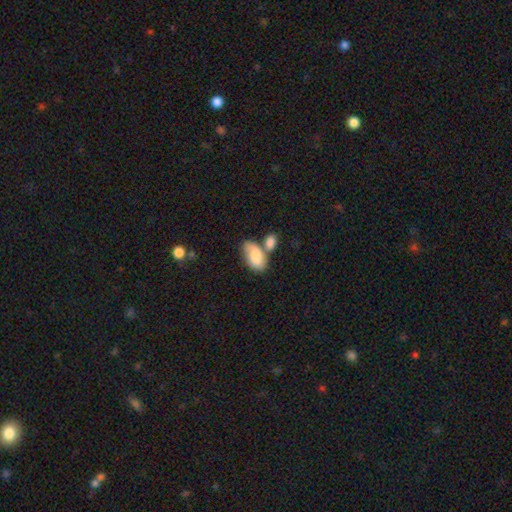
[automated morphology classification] Smooth or featured?
  - smooth: 71% *
  - featured or disk: 22%
  - star or artifact: 7%
How rounded?
  - in between: 93% *
  - round: 5%
  - cigar-shaped: 2%
Merging?
  - merger: 45% *
  - none: 30%
  - minor disturbance: 16%
  - major disturbance: 8%